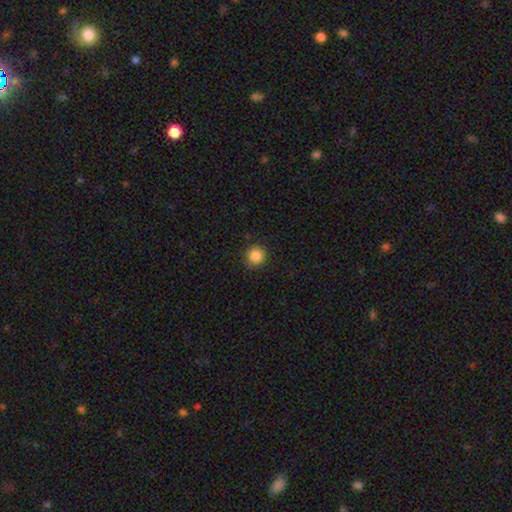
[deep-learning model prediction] Smooth or featured?
  - smooth: 86% *
  - star or artifact: 10%
  - featured or disk: 4%
How rounded?
  - round: 94% *
  - in between: 5%
  - cigar-shaped: 1%
Merging?
  - none: 87% *
  - minor disturbance: 9%
  - major disturbance: 2%
  - merger: 1%